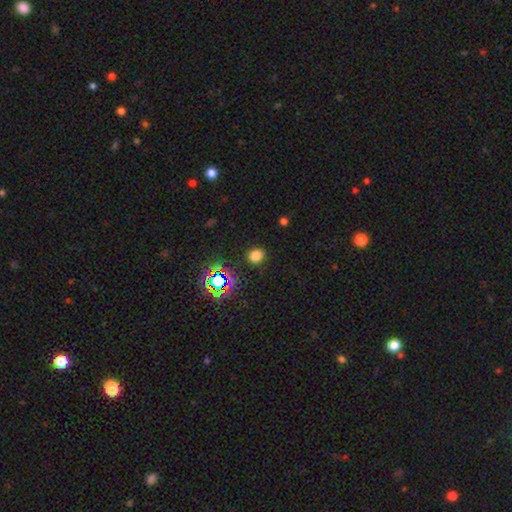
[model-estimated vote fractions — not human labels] The model was most divided on "how rounded": round: 71%, in between: 28%, cigar-shaped: 1%. More confident: merging — none (88%); smooth or featured — smooth (73%).